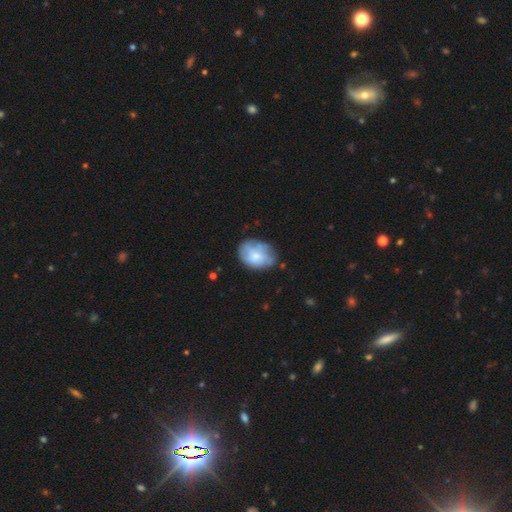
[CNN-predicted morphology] smooth 57%, featured or disk 36%, star or artifact 7%. Down the decision tree: how rounded — in between (70%); merging — none (63%).